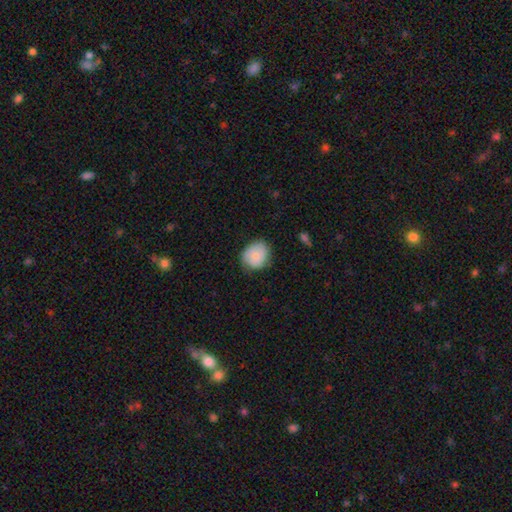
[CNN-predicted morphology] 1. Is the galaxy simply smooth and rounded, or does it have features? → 80% smooth, 13% featured or disk, 7% star or artifact.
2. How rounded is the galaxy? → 65% round, 35% in between, 1% cigar-shaped.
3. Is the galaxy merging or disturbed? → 67% none, 27% minor disturbance, 5% major disturbance, 1% merger.